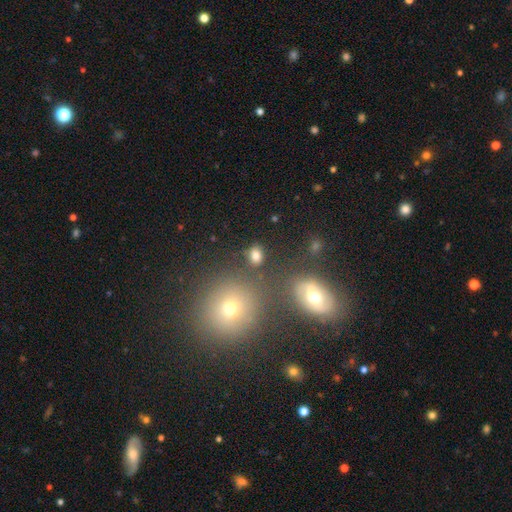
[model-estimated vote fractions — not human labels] Smooth or featured? Predicted: smooth (p=0.77). How rounded? Predicted: in between (p=0.63). Merging? Predicted: none (p=0.76).